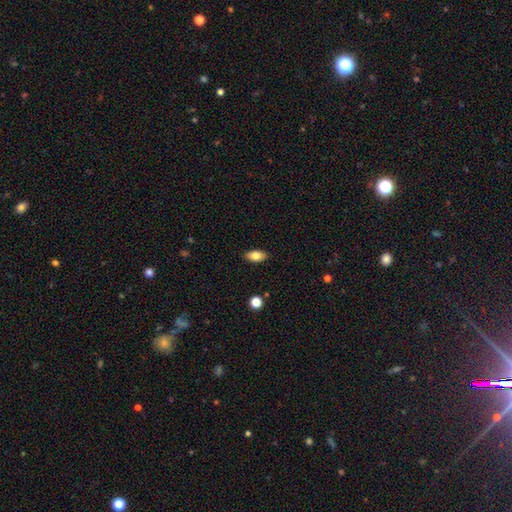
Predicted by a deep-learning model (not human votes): The model was most divided on "smooth or featured": smooth: 78%, featured or disk: 14%, star or artifact: 8%. More confident: how rounded — in between (89%); merging — none (88%).